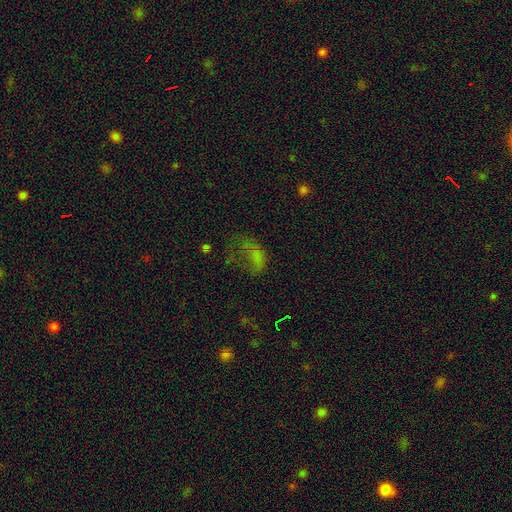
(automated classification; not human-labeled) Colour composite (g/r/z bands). It shows a smooth galaxy with no disk features (49%). Merging: major disturbance (52%).